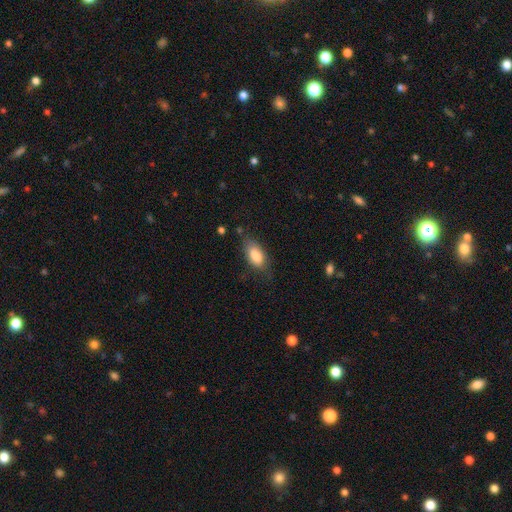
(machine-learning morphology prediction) Overall: smooth (83%). How rounded: in between (89%). Merging: none (68%).